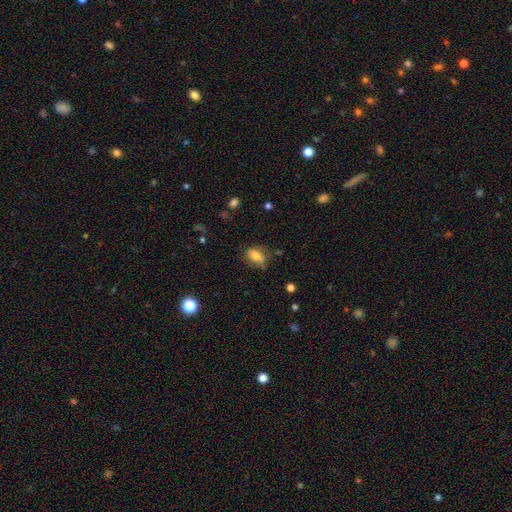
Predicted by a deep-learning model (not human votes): smooth_or_featured: smooth (p=0.74) [alt: featured or disk p=0.17]
how_rounded: in between (p=0.81) [alt: round p=0.16]
merging: none (p=0.61) [alt: minor disturbance p=0.27]